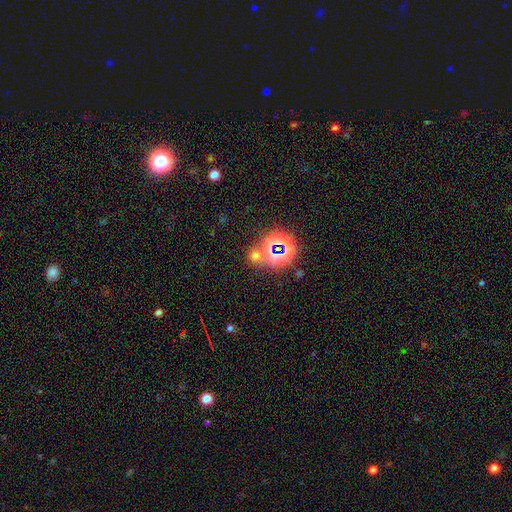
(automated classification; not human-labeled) smooth_or_featured: star or artifact (p=0.50) [alt: smooth p=0.43]